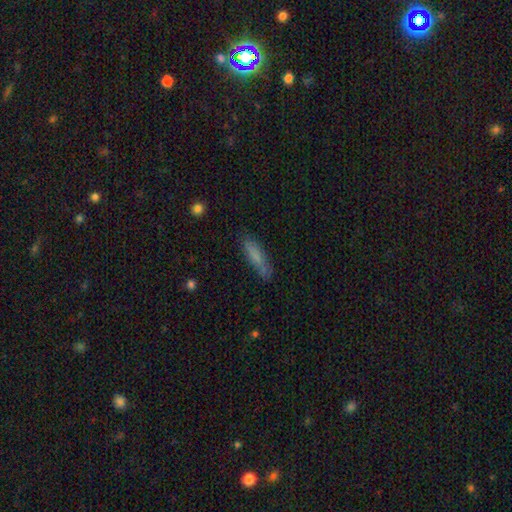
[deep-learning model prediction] This is likely a smooth galaxy (76%). How rounded: likely cigar-shaped (76%). Merging: likely none (76%).